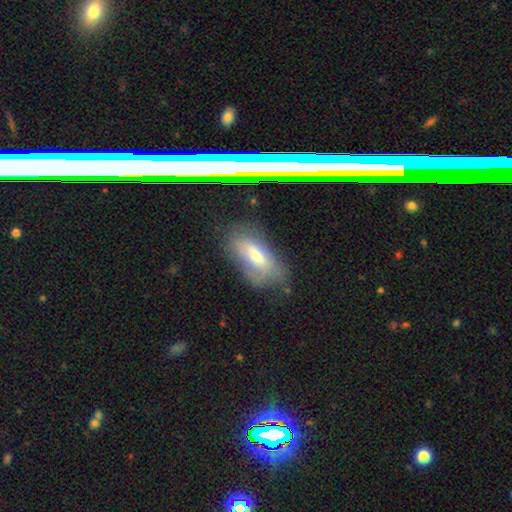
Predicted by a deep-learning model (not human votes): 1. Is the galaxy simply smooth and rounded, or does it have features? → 62% smooth, 25% featured or disk, 13% star or artifact.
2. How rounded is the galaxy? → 84% in between, 13% cigar-shaped, 3% round.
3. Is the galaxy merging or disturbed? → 62% none, 25% minor disturbance, 11% major disturbance, 3% merger.